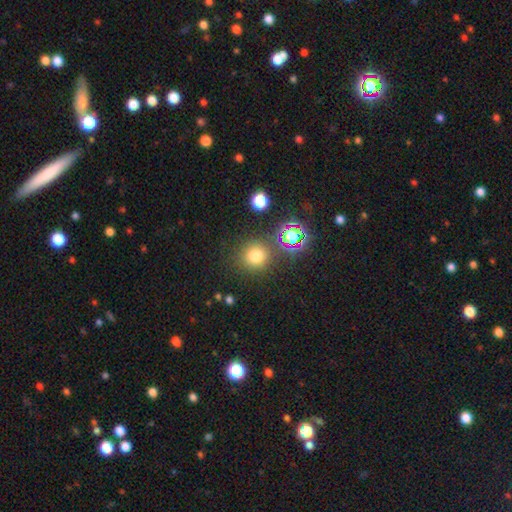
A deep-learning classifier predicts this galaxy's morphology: Overall: smooth (70%). How rounded: round (91%). Merging: none (81%).